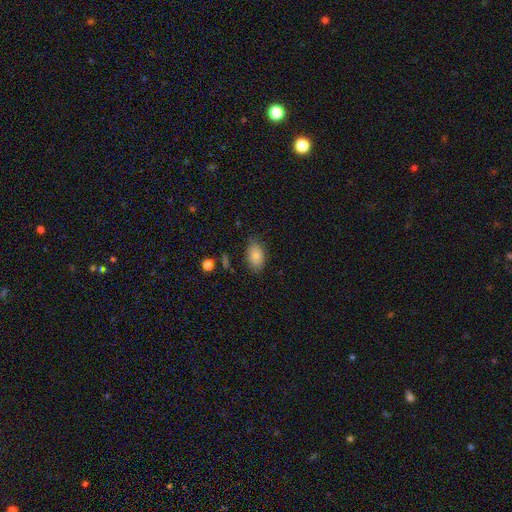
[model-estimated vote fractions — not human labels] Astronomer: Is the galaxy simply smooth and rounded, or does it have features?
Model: smooth — 84%.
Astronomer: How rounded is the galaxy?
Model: in between — 90%.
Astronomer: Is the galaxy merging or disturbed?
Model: none — 77%.